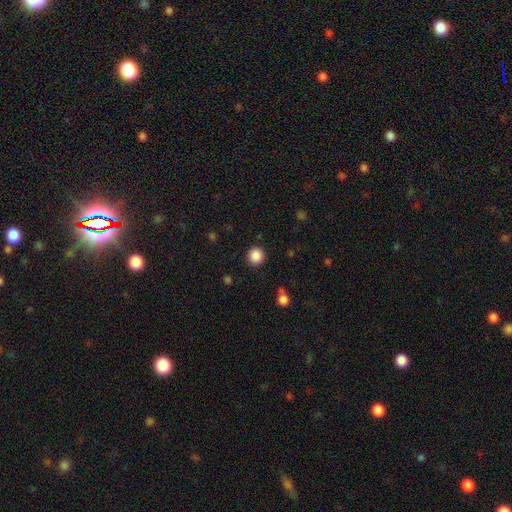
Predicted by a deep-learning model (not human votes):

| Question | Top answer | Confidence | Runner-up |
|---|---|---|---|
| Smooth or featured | smooth | 87% | star or artifact (10%) |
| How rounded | round | 93% | in between (7%) |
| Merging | none | 90% | minor disturbance (6%) |